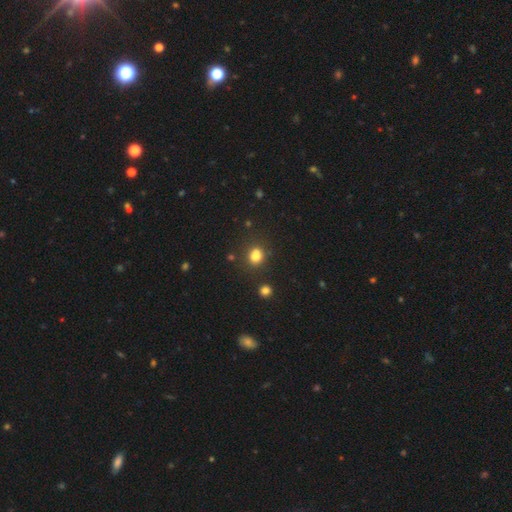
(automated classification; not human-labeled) smooth-or-featured: smooth: 80% | star or artifact: 14% | featured or disk: 6%
  how-rounded: round: 59% | in between: 40% | cigar-shaped: 1%
  merging: none: 71% | minor disturbance: 14% | merger: 11% | major disturbance: 5%